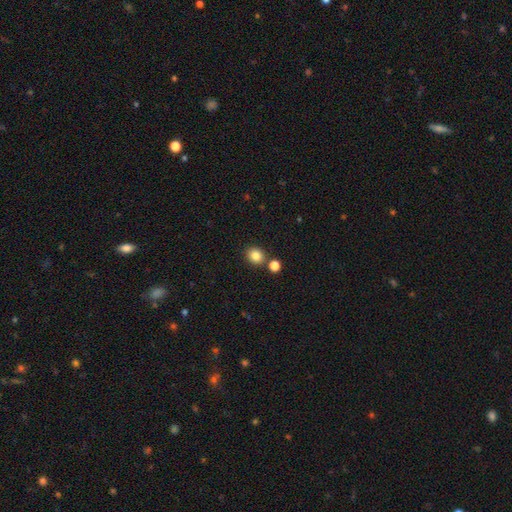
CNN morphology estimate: Smooth or featured? Predicted: smooth (p=0.83). How rounded? Predicted: round (p=0.73). Merging? Predicted: none (p=0.78).